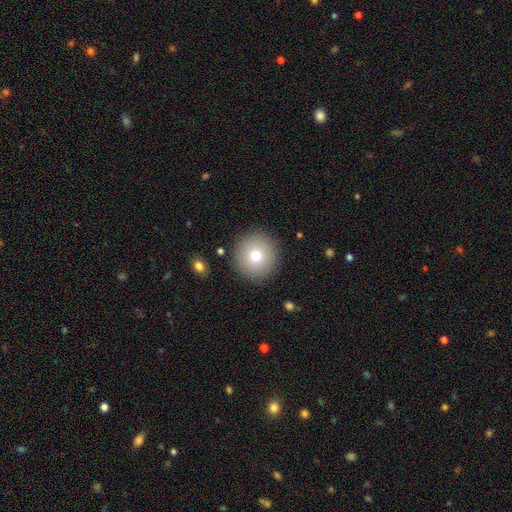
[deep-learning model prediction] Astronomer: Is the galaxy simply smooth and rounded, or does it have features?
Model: smooth — 74%.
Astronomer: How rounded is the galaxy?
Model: round — 96%.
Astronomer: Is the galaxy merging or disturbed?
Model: none — 90%.